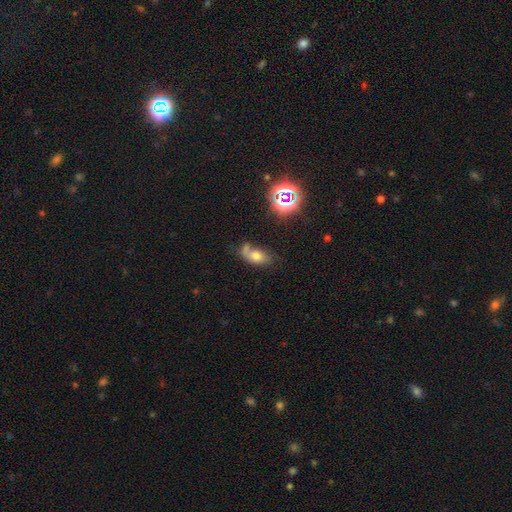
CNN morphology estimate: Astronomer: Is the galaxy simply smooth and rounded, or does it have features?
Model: smooth — 62%.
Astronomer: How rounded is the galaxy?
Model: in between — 85%.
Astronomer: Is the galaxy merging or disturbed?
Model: none — 42% (runner-up: minor disturbance, 22%).